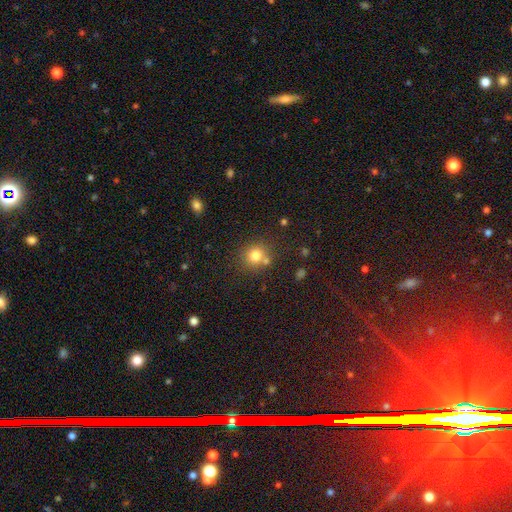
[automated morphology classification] Smooth or featured? smooth (78%)
How rounded? round (87%)
Merging? none (70%)